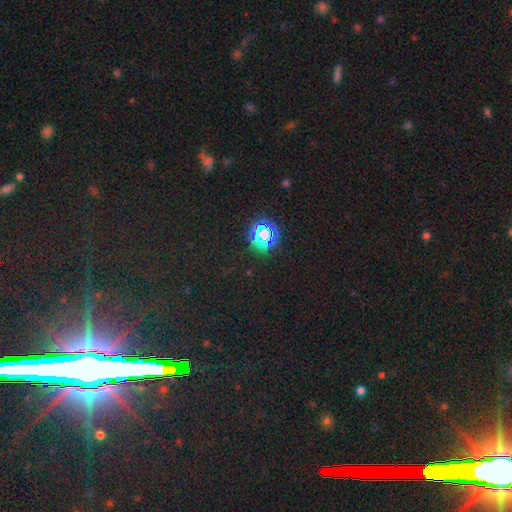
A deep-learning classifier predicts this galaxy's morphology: This appears to be a star or artifact, not a galaxy (76%).